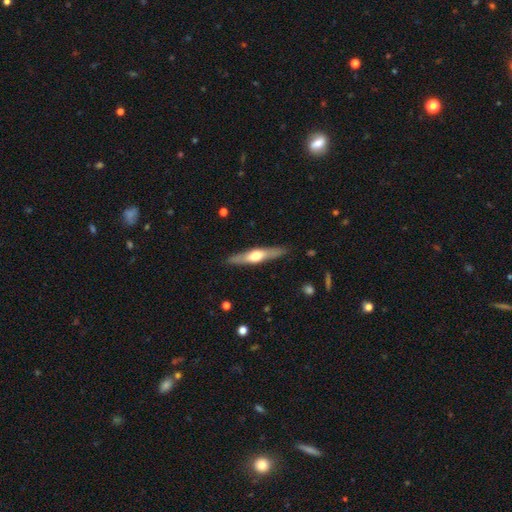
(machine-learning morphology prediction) Smooth or featured? Predicted: featured or disk (p=0.59). Edge-on disk? Predicted: yes (p=0.93). Edge-on bulge? Predicted: rounded (p=0.91). Merging? Predicted: none (p=0.88).